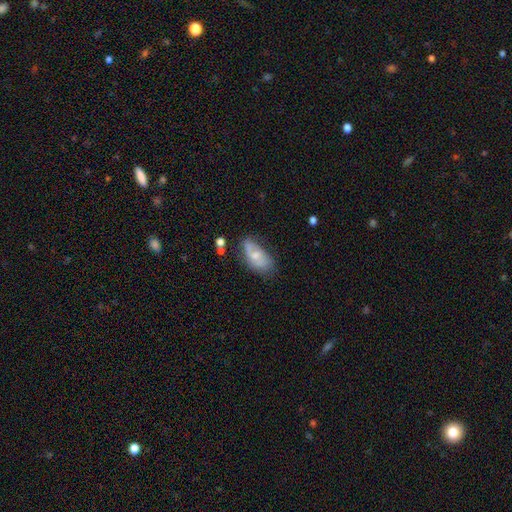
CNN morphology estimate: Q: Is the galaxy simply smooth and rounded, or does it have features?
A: smooth — 51%.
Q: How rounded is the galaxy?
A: in between — 91%.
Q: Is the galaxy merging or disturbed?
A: none — 48%.